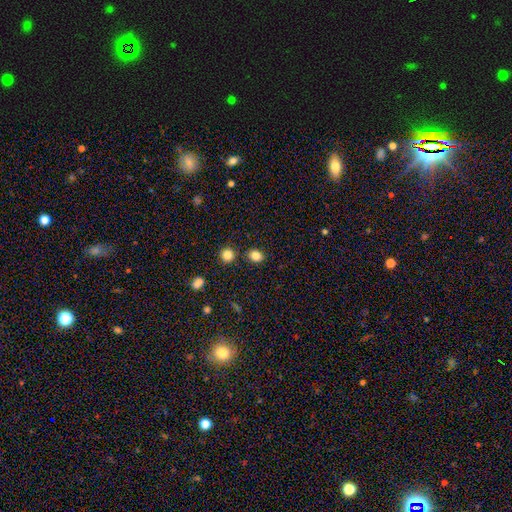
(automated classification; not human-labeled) Smooth or featured: smooth — 83% (star or artifact — 12%)
How rounded: round — 59% (in between — 40%)
Merging: none — 83% (minor disturbance — 8%)